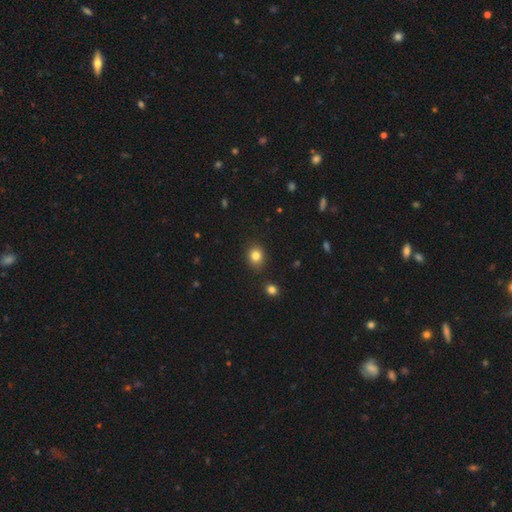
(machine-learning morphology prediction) Overall: smooth (82%). How rounded: round (66%; in between 33%). Merging: none (87%).